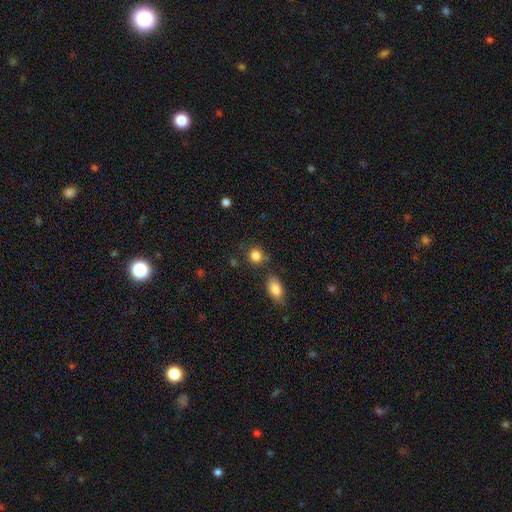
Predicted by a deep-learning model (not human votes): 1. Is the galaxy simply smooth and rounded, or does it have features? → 85% smooth, 10% star or artifact, 5% featured or disk.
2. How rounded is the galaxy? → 80% round, 19% in between, 1% cigar-shaped.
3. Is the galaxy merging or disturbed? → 75% none, 12% minor disturbance, 9% merger, 4% major disturbance.